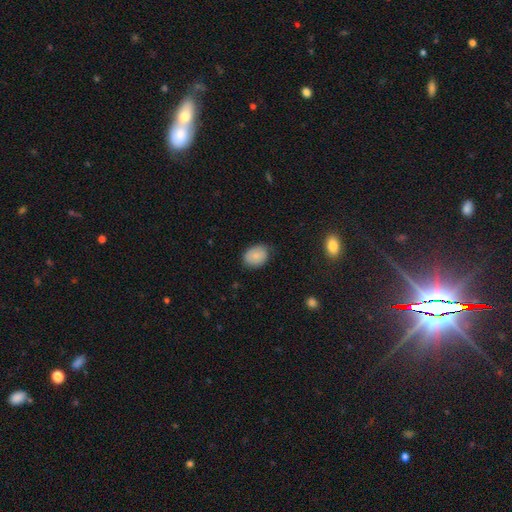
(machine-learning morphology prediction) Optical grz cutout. It shows a smooth galaxy with no disk features (81%) that is in between round and cigar-shaped (64%). Merging: none (74%).